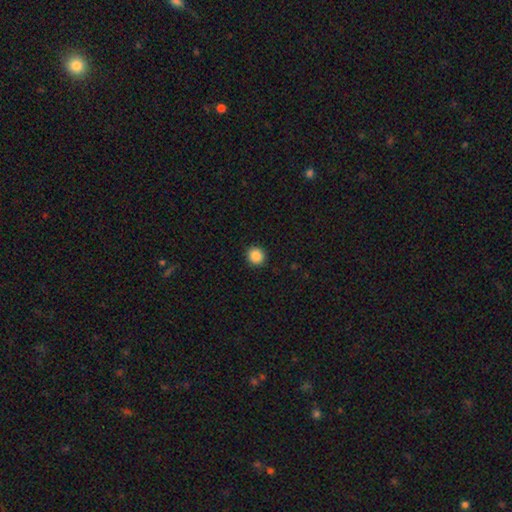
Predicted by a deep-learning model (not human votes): smooth-or-featured: smooth: 87% | star or artifact: 10% | featured or disk: 3%
  how-rounded: round: 92% | in between: 7% | cigar-shaped: 1%
  merging: none: 92% | minor disturbance: 5% | major disturbance: 2% | merger: 1%